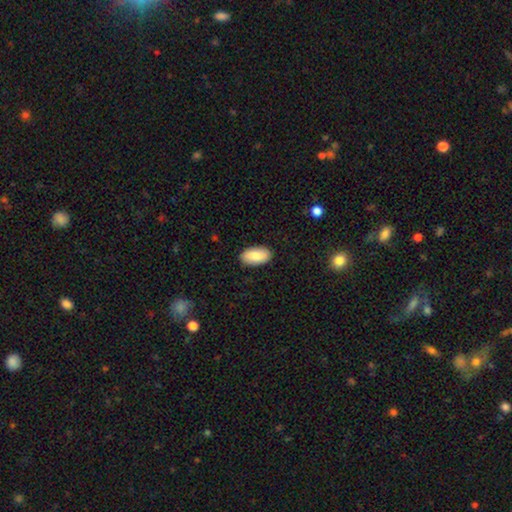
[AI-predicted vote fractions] This appears to be a smooth galaxy with no disk features (85%) that is in between round and cigar-shaped (95%). Merging: none (89%).